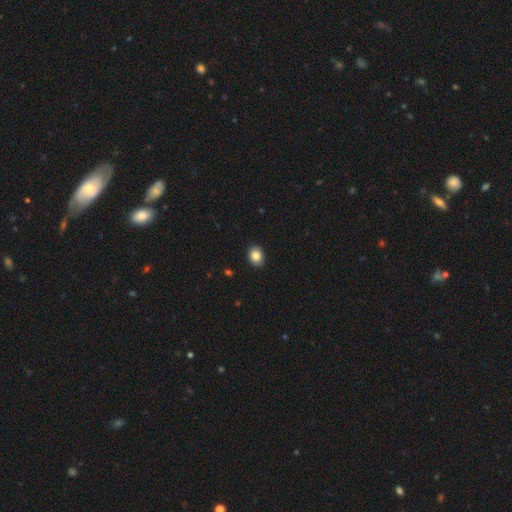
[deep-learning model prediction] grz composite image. It shows a smooth galaxy with no disk features (87%) that is in between round and cigar-shaped (64%). Merging: none (89%).